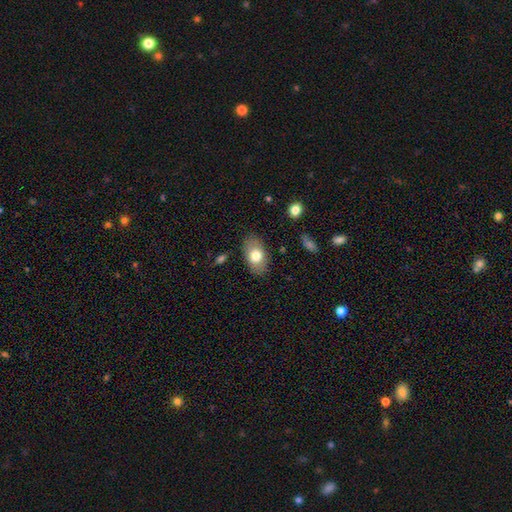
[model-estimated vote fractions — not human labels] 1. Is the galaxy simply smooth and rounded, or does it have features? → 75% smooth, 18% featured or disk, 7% star or artifact.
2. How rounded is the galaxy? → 91% in between, 8% round, 2% cigar-shaped.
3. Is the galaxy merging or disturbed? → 84% none, 12% minor disturbance, 3% major disturbance, 1% merger.